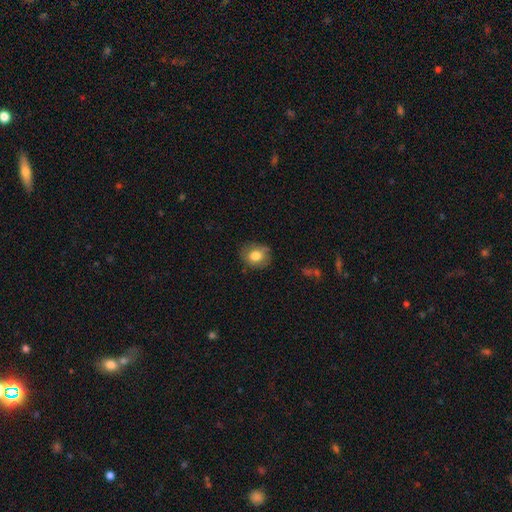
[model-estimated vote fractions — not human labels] smooth_or_featured: smooth (p=0.77) [alt: featured or disk p=0.14]
how_rounded: round (p=0.60) [alt: in between p=0.39]
merging: none (p=0.74) [alt: minor disturbance p=0.20]